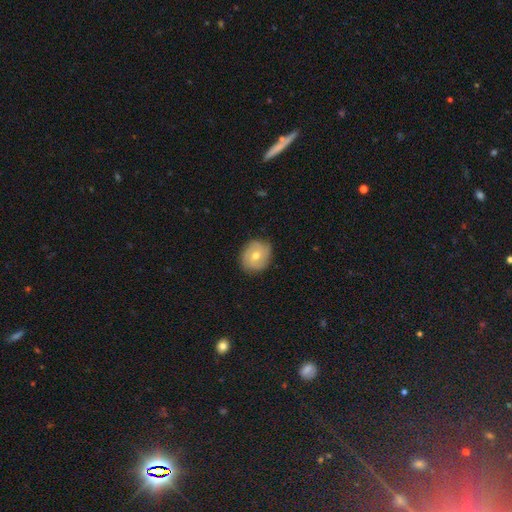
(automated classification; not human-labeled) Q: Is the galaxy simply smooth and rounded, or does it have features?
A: featured or disk — 52%.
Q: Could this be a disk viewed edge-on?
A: no — 96%.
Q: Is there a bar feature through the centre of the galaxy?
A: no — 70%.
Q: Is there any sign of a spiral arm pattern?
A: yes — 74%.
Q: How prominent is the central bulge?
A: moderate — 69%.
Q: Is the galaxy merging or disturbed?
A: none — 83%.